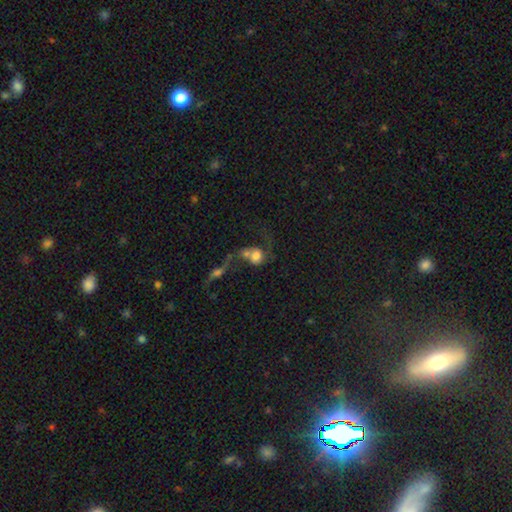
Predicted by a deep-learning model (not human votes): A smooth galaxy with no disk features (53%) that is round (55%). Merging: merger (67%).